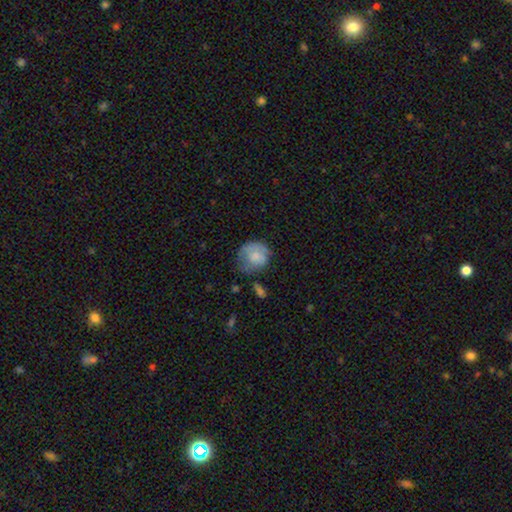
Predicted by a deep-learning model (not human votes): Smooth or featured? smooth (70%)
How rounded? round (77%)
Merging? none (47%)